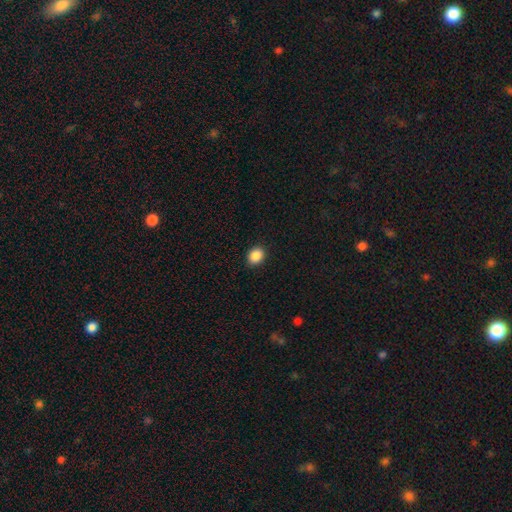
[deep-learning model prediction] Smooth or featured? Predicted: smooth (p=0.89). How rounded? Predicted: round (p=0.50). Merging? Predicted: none (p=0.90).